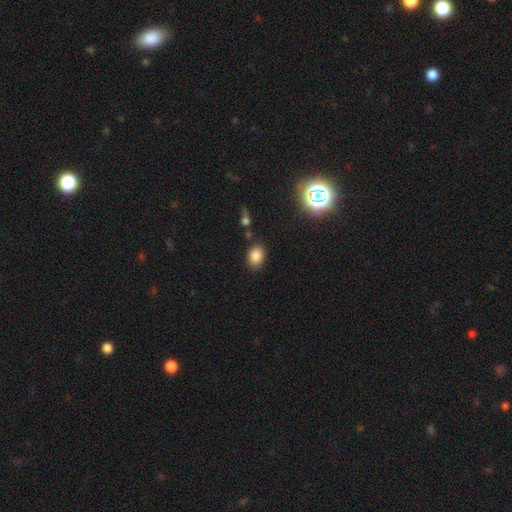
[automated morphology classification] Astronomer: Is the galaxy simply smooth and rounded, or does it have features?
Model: smooth — 83%.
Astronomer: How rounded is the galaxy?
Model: in between — 73%.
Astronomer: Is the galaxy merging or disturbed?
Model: none — 82%.